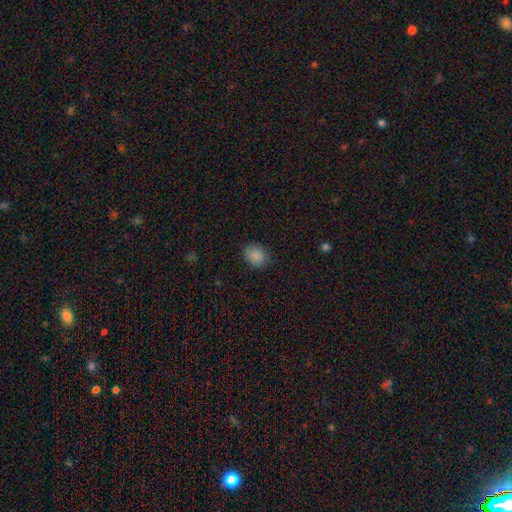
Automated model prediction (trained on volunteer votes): Overall: smooth (87%). How rounded: in between (50%; round 49%). Merging: none (86%).